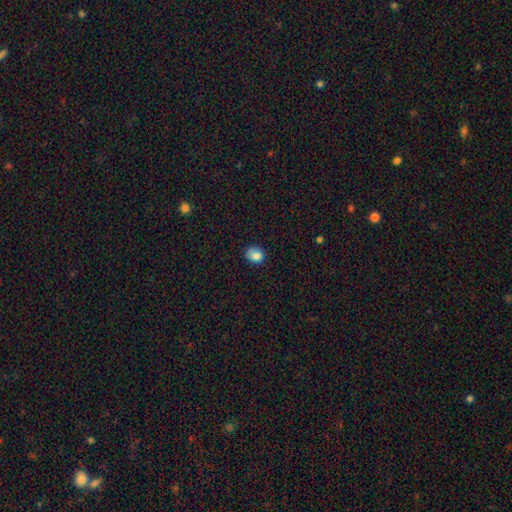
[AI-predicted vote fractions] Overall: smooth (83%). How rounded: in between (50%; round 49%). Merging: none (60%; minor disturbance 29%).